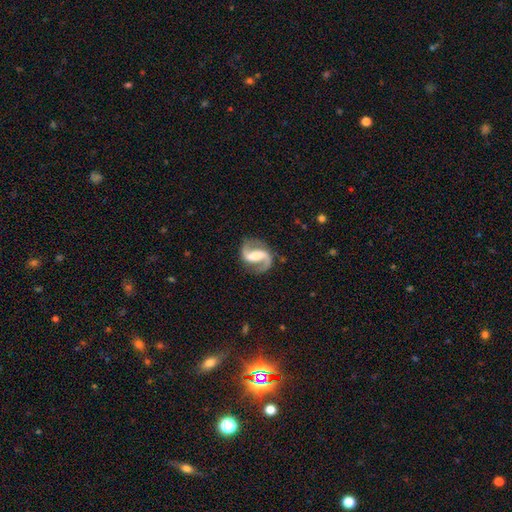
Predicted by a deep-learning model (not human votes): A featured or disk galaxy (90%) with a strong bar (43%), 2 (94%) medium (50%) spiral arms (97%) and no central bulge (27%, tied with moderate). Merging: none (80%).